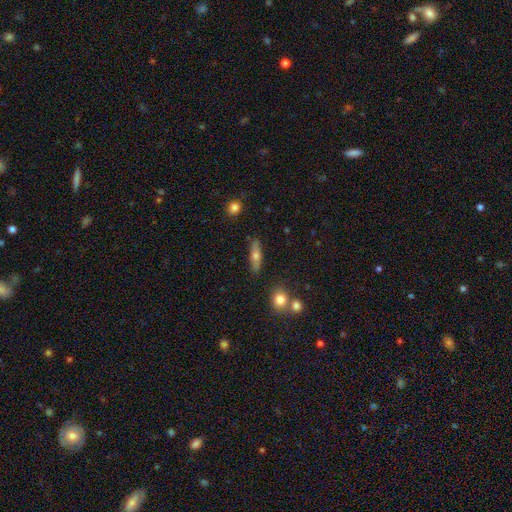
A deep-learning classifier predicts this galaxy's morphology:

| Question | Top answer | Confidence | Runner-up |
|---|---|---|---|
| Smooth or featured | smooth | 57% | featured or disk (35%) |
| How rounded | cigar-shaped | 56% | in between (39%) |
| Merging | none | 84% | minor disturbance (10%) |